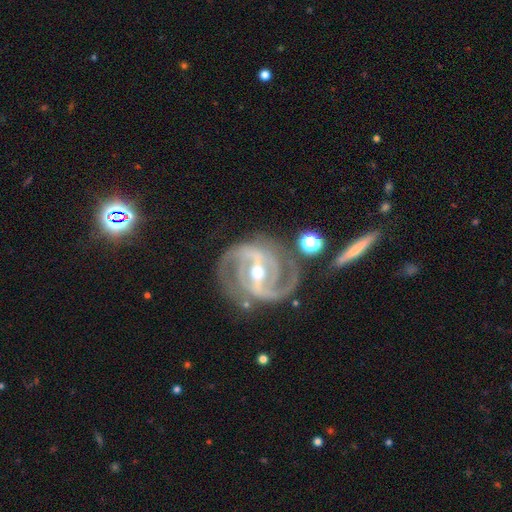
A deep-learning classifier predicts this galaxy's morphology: smooth-or-featured: featured or disk: 92% | star or artifact: 5% | smooth: 2%
  disk-edge-on: no: 97% | yes: 3%
    bar: strong: 65% | weak: 26% | no: 9%
    has-spiral-arms: yes: 98% | no: 2%
      spiral-winding: medium: 47% | tight: 45% | loose: 8%
      spiral-arm-count: 2: 72% | 3: 15% | can't tell: 4% | 4: 3% | 1: 3% | more than 4: 3%
    bulge-size: moderate: 49% | small: 48% | large: 1% | none: 1% | dominant: 1%
  merging: none: 72% | minor disturbance: 16% | major disturbance: 7% | merger: 5%